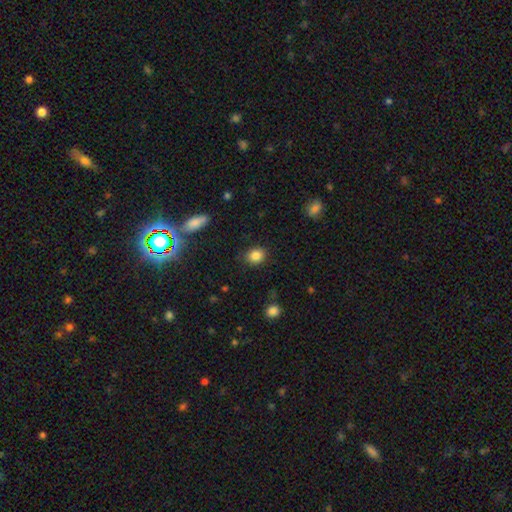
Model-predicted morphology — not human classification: This is clearly a smooth galaxy (85%). How rounded: possibly round (57%). Merging: clearly none (87%).